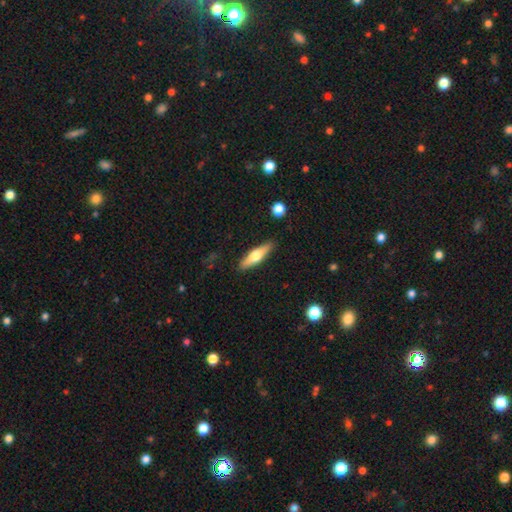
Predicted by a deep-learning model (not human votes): This appears to be a smooth galaxy with no disk features (49%). Merging: none (88%).